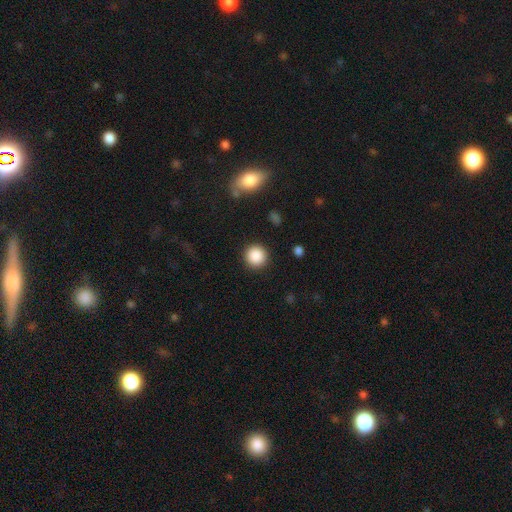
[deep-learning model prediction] Overall: smooth (88%). How rounded: round (95%). Merging: none (91%).